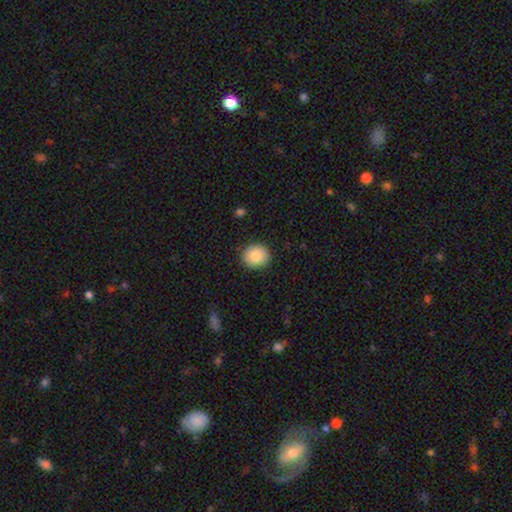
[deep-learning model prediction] Smooth or featured? smooth (86%)
How rounded? round (79%)
Merging? none (90%)